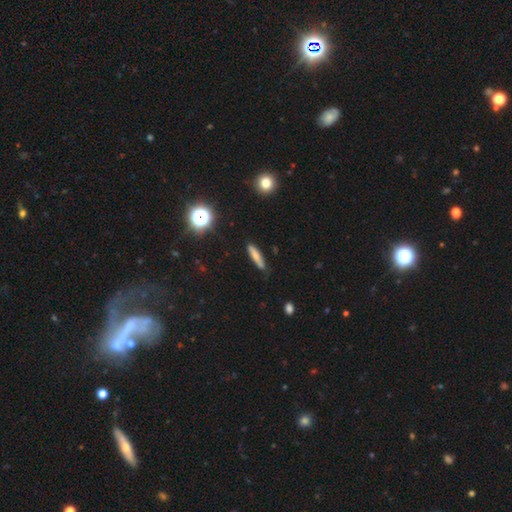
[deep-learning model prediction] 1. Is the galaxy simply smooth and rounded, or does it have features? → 69% smooth, 20% featured or disk, 11% star or artifact.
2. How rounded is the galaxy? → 81% cigar-shaped, 16% in between, 3% round.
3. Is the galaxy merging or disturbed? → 80% none, 15% minor disturbance, 3% major disturbance, 2% merger.